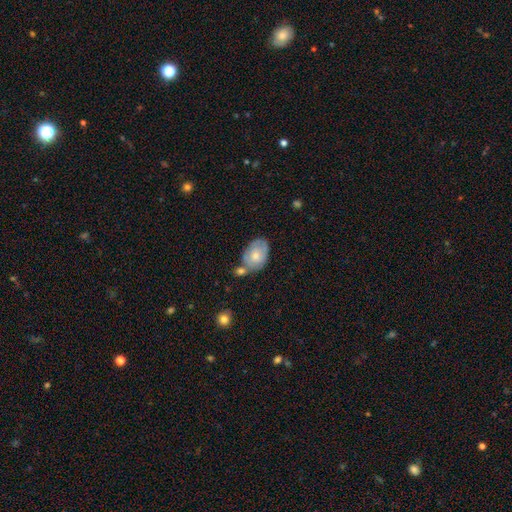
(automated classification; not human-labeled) smooth-or-featured: smooth: 61% | featured or disk: 32% | star or artifact: 6%
  how-rounded: in between: 81% | round: 17% | cigar-shaped: 1%
  merging: none: 43% | merger: 26% | minor disturbance: 24% | major disturbance: 7%